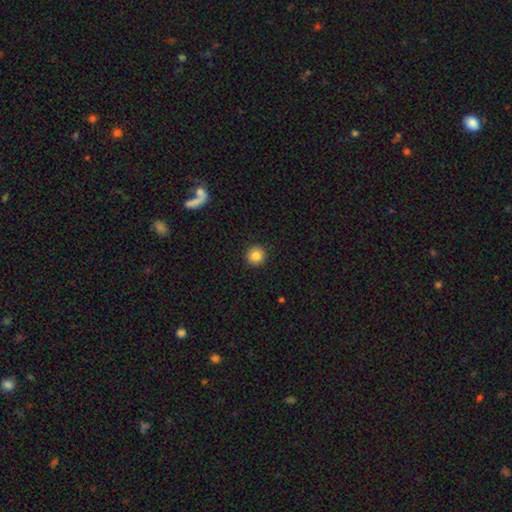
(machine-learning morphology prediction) This is clearly a smooth galaxy (84%). How rounded: clearly round (95%). Merging: clearly none (93%).